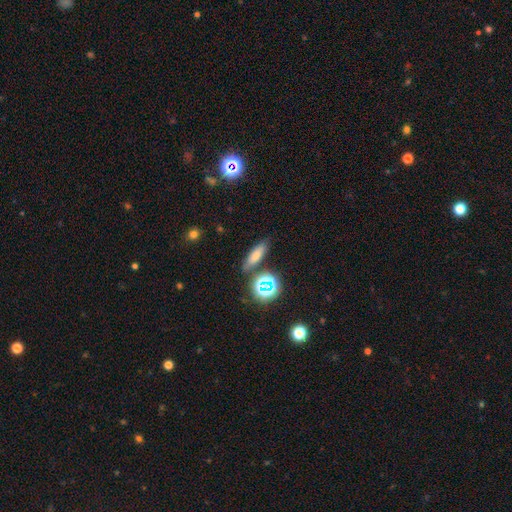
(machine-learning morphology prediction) smooth_or_featured: smooth (p=0.68) [alt: star or artifact p=0.18]
how_rounded: cigar-shaped (p=0.46) [alt: in between p=0.44]
merging: none (p=0.79) [alt: minor disturbance p=0.11]